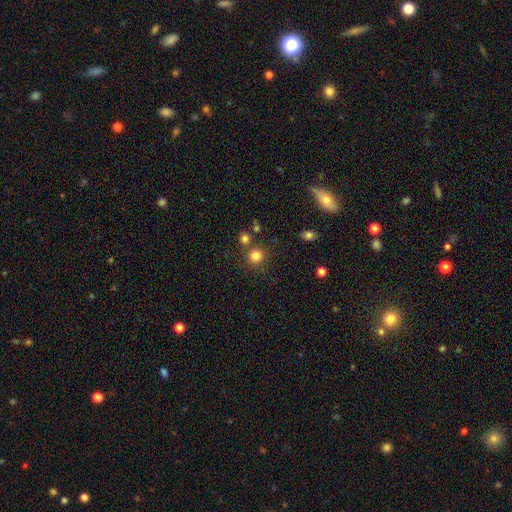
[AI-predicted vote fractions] smooth-or-featured: smooth: 82% | star or artifact: 13% | featured or disk: 5%
  how-rounded: round: 92% | in between: 7% | cigar-shaped: 1%
  merging: none: 77% | merger: 12% | minor disturbance: 8% | major disturbance: 3%